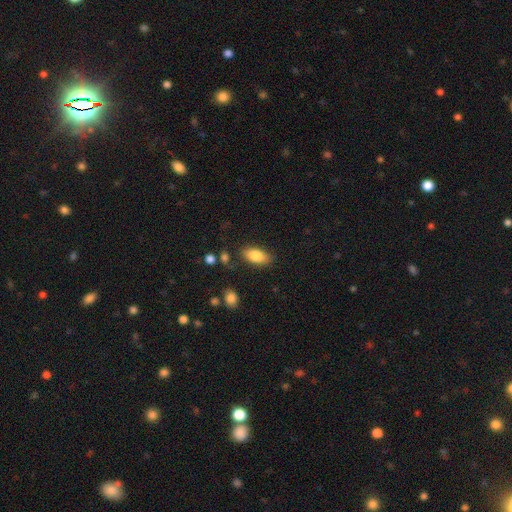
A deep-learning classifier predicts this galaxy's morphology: This appears to be a smooth galaxy with no disk features (83%) that is in between round and cigar-shaped (88%). Merging: none (81%).